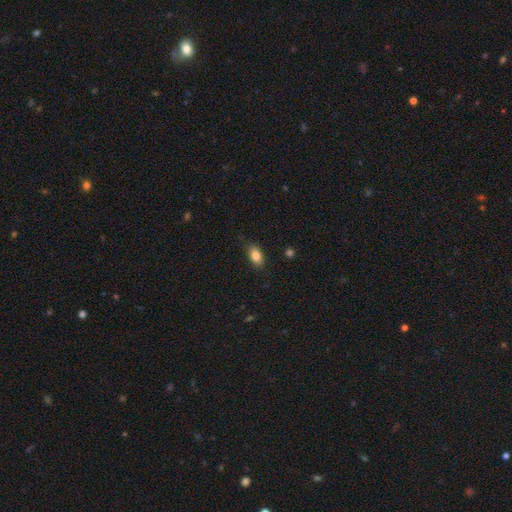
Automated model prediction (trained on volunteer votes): Overall: smooth (84%). How rounded: in between (88%). Merging: none (85%).